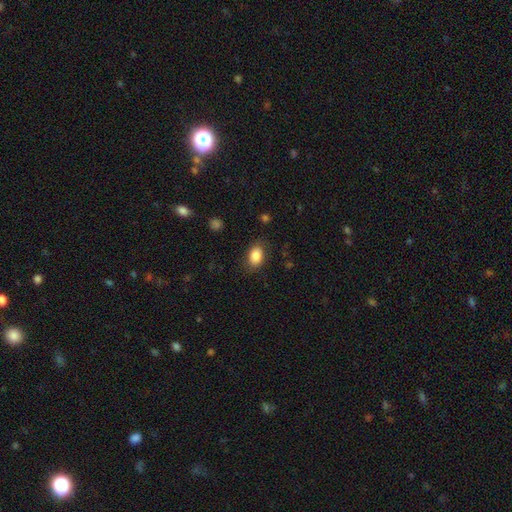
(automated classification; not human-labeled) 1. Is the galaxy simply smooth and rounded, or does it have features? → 84% smooth, 8% star or artifact, 8% featured or disk.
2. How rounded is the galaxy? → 84% in between, 15% round, 1% cigar-shaped.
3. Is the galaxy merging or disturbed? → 80% none, 14% minor disturbance, 4% major disturbance, 1% merger.